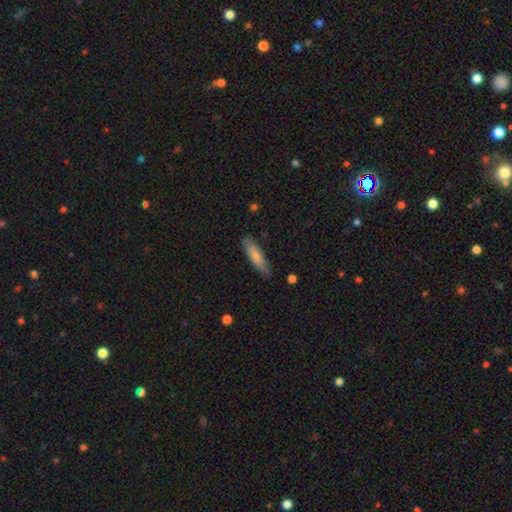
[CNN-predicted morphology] A smooth galaxy with no disk features (76%) that is cigar-shaped (70%). Merging: none (82%).